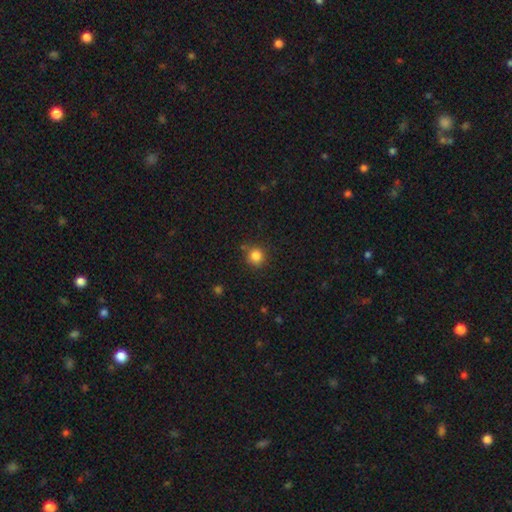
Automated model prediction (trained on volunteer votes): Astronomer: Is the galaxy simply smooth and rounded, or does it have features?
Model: smooth — 84%.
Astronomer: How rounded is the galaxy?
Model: round — 91%.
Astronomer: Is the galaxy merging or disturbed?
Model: none — 82%.